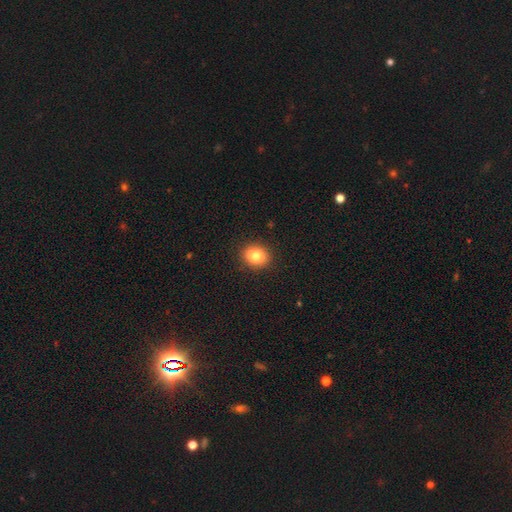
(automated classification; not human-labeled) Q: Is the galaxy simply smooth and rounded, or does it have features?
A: smooth — 81%.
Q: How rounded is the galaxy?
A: round — 63%.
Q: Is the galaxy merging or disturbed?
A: none — 91%.